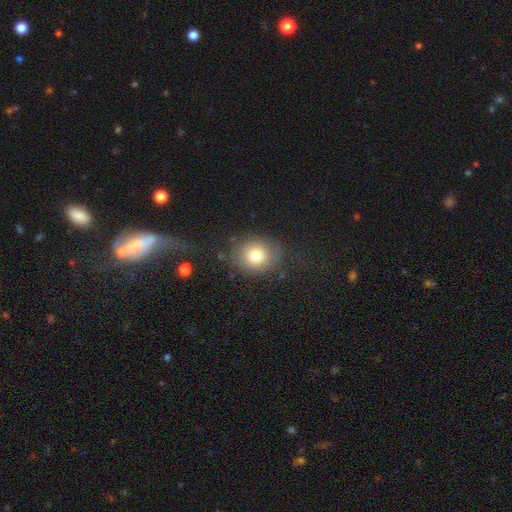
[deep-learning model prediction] This appears to be a smooth galaxy with no disk features (78%) that is round (73%). Merging: none (80%).